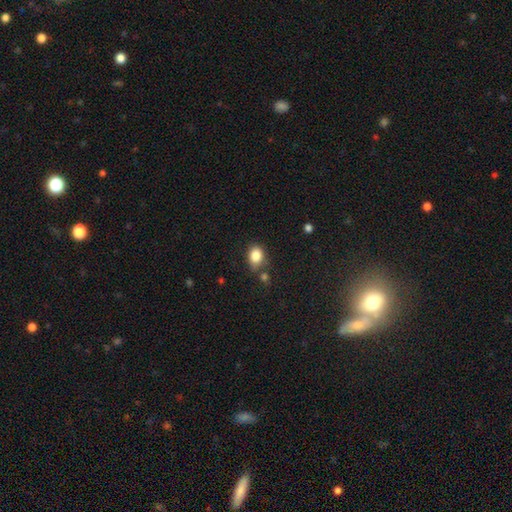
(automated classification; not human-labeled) This appears to be a smooth galaxy with no disk features (84%) that is in between round and cigar-shaped (62%). Merging: none (63%).